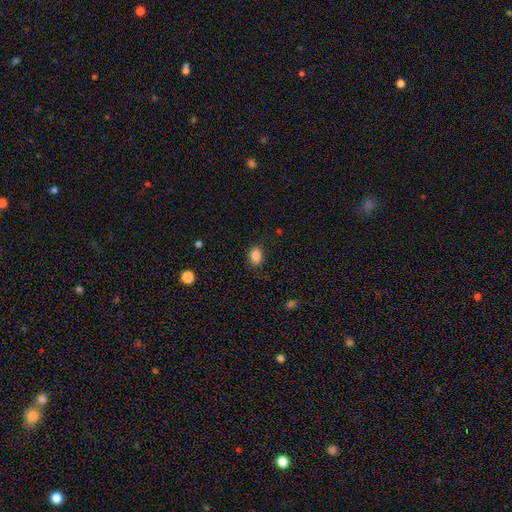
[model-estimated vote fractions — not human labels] smooth-or-featured: smooth: 87% | star or artifact: 9% | featured or disk: 4%
  how-rounded: in between: 82% | round: 17% | cigar-shaped: 1%
  merging: none: 86% | minor disturbance: 11% | major disturbance: 3% | merger: 1%